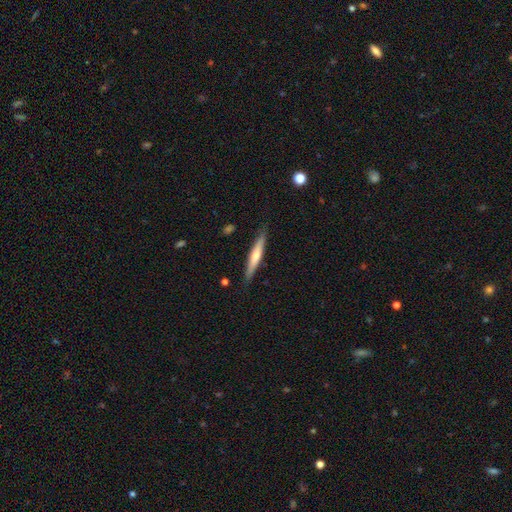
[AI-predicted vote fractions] Smooth or featured?
  - smooth: 52% *
  - featured or disk: 43%
  - star or artifact: 5%
How rounded?
  - cigar-shaped: 92% *
  - in between: 7%
  - round: 1%
Merging?
  - none: 87% *
  - minor disturbance: 10%
  - major disturbance: 2%
  - merger: 1%